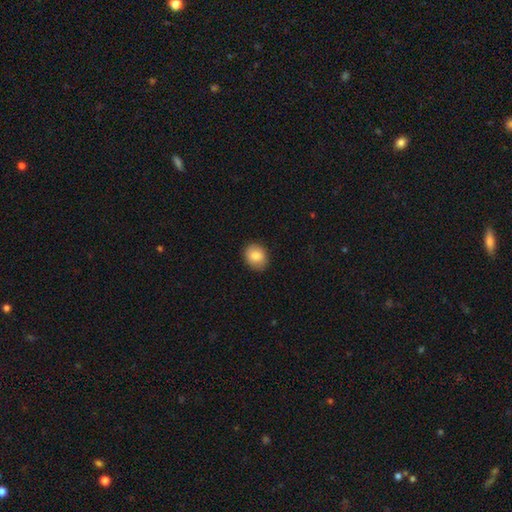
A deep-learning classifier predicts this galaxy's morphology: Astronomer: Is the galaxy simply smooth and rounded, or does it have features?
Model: smooth — 84%.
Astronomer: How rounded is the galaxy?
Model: round — 55% (runner-up: in between, 44%).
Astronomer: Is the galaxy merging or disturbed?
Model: none — 87%.